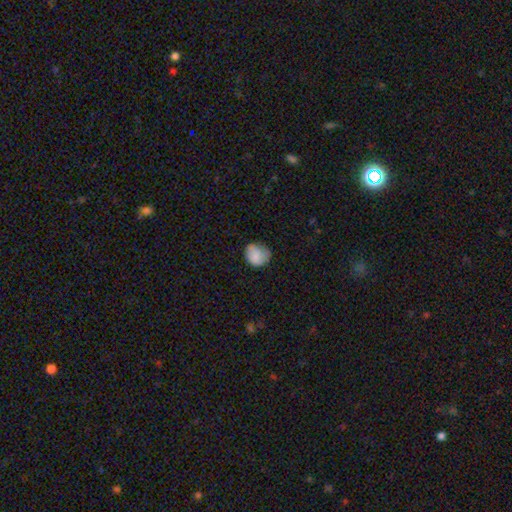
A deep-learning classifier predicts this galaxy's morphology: smooth 81%, featured or disk 12%, star or artifact 8%. Down the decision tree: how rounded — round (69%); merging — none (54%).